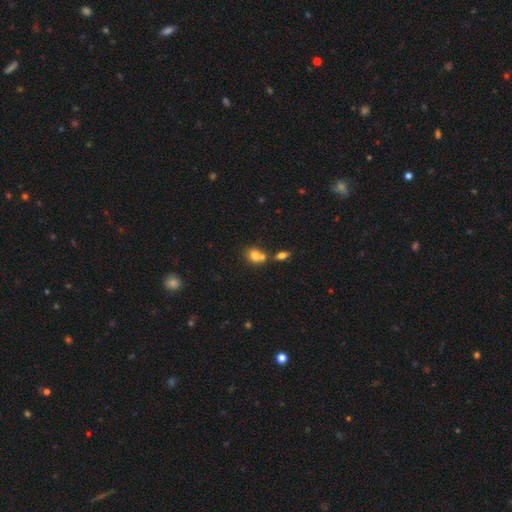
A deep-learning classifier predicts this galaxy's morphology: smooth-or-featured: smooth: 77% | featured or disk: 12% | star or artifact: 11%
  how-rounded: round: 65% | in between: 34% | cigar-shaped: 1%
  merging: merger: 49% | none: 39% | minor disturbance: 9% | major disturbance: 3%